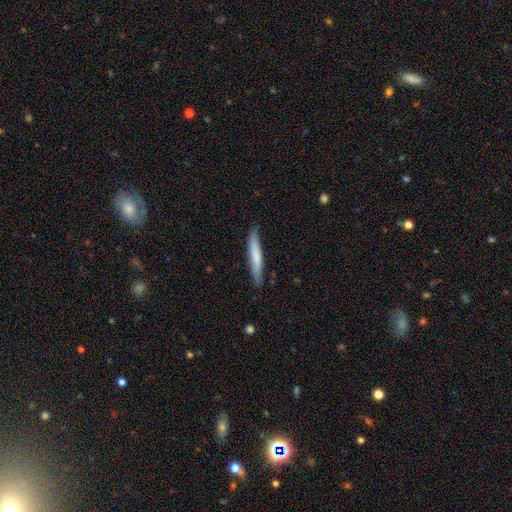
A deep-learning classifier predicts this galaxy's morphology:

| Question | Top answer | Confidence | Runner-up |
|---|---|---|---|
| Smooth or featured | smooth | 71% | featured or disk (24%) |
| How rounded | cigar-shaped | 94% | in between (5%) |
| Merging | none | 85% | minor disturbance (12%) |